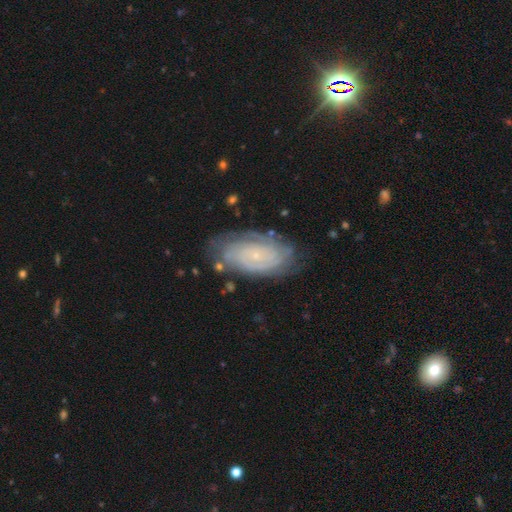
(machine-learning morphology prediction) A featured or disk galaxy (70%) with no bar (81%), tight (76%) spiral arms (87%) and a small central bulge (85%). Merging: none (71%).